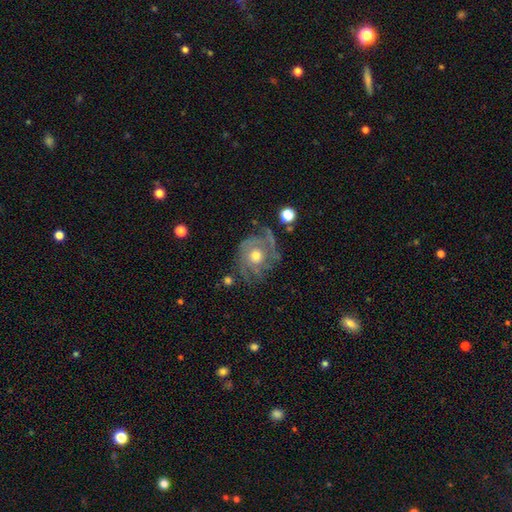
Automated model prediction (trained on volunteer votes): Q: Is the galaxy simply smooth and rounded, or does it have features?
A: featured or disk — 74%.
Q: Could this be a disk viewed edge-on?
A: no — 97%.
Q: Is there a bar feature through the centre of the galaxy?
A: no — 86%.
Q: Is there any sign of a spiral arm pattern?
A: yes — 81%.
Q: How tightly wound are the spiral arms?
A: tight — 53%.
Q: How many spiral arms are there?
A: can't tell — 41%.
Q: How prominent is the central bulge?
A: moderate — 73%.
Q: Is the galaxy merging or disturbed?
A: none — 61%.